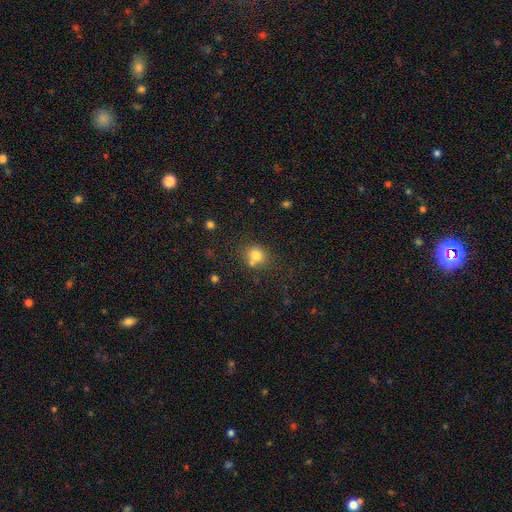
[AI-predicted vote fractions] This appears to be a smooth galaxy with no disk features (78%) that is round (76%). Merging: none (60%).